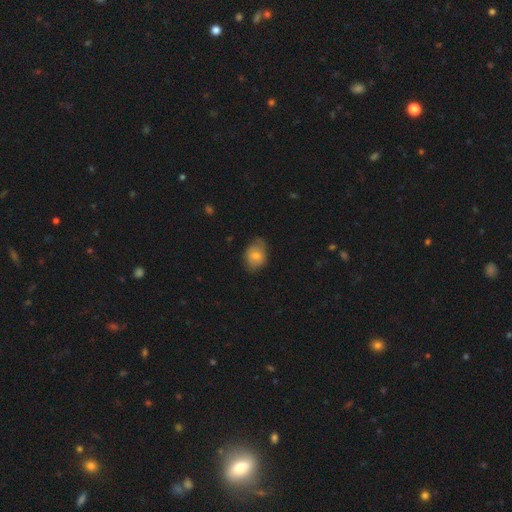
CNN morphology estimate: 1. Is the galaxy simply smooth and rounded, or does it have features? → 70% smooth, 22% featured or disk, 7% star or artifact.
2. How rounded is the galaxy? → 70% in between, 29% round, 1% cigar-shaped.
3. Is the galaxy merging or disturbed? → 63% none, 29% minor disturbance, 7% major disturbance, 1% merger.